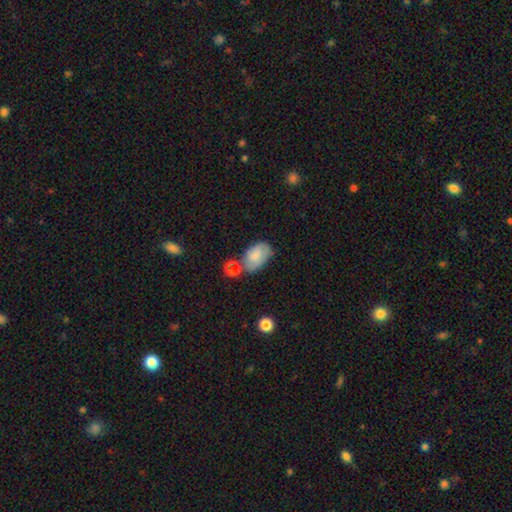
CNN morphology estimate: Q: Smooth or featured?
A: smooth (66%); runner-up: featured or disk (25%)
Q: How rounded?
A: in between (91%); runner-up: round (8%)
Q: Merging?
A: none (51%); runner-up: minor disturbance (27%)